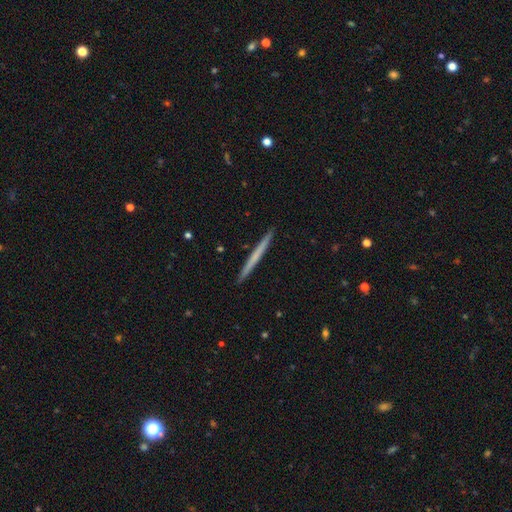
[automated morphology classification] type=smooth (53%); roundness=cigar-shaped (97%); merging=none (93%).